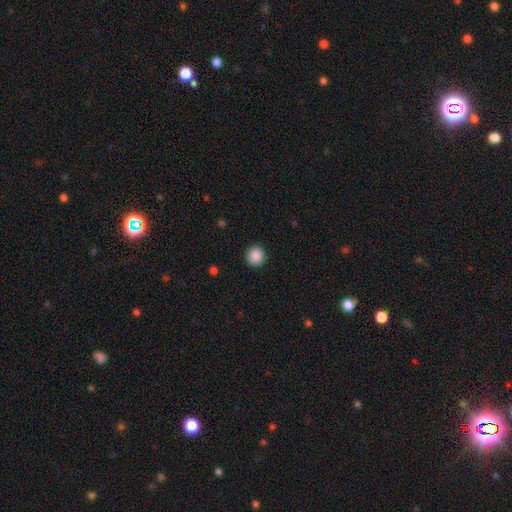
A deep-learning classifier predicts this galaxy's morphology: This is clearly a smooth galaxy (88%). How rounded: clearly round (92%). Merging: clearly none (91%).